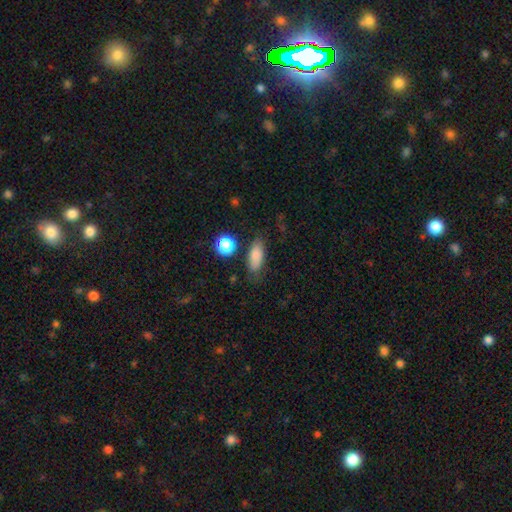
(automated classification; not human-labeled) Q: Smooth or featured?
A: smooth (82%); runner-up: star or artifact (9%)
Q: How rounded?
A: in between (78%); runner-up: cigar-shaped (16%)
Q: Merging?
A: none (75%); runner-up: minor disturbance (17%)